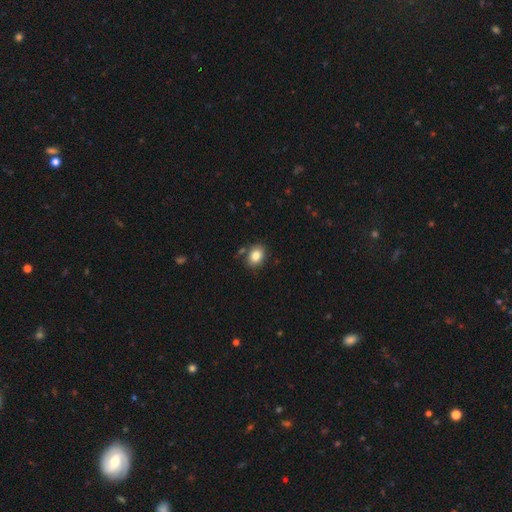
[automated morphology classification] Smooth or featured?
  - smooth: 83% *
  - star or artifact: 9%
  - featured or disk: 8%
How rounded?
  - in between: 58% *
  - round: 41%
  - cigar-shaped: 1%
Merging?
  - none: 79% *
  - minor disturbance: 12%
  - merger: 5%
  - major disturbance: 3%